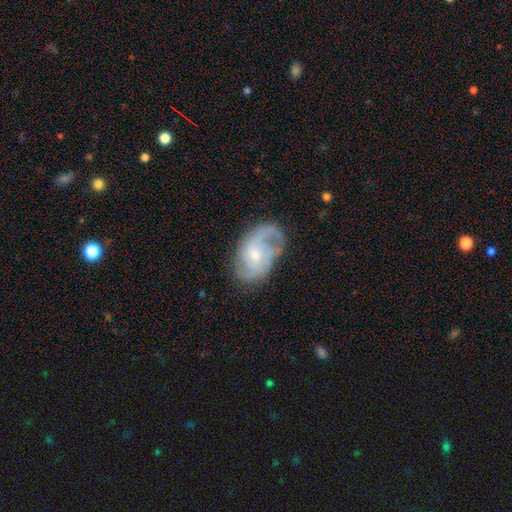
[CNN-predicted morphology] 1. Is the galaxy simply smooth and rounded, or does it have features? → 79% featured or disk, 15% smooth, 6% star or artifact.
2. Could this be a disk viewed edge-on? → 97% no, 3% yes.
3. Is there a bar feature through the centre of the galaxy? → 63% no, 32% weak, 5% strong.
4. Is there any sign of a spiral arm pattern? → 92% yes, 8% no.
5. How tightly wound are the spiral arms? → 47% medium, 28% loose, 25% tight.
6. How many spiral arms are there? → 56% 2, 17% can't tell, 11% 3, 10% 1, 3% 4, 3% more than 4.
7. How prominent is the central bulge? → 61% small, 34% moderate, 2% none, 2% large, 1% dominant.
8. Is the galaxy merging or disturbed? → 59% none, 23% minor disturbance, 16% major disturbance, 2% merger.